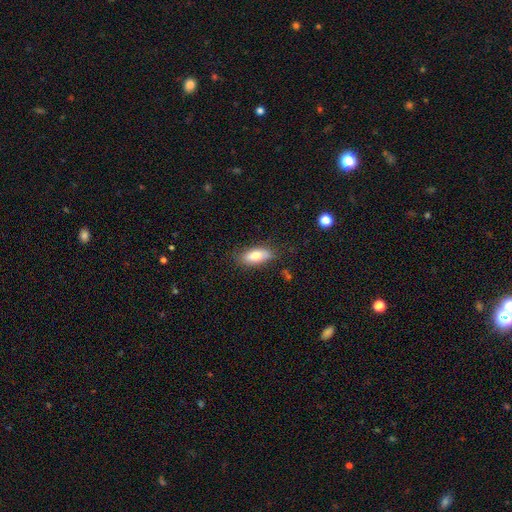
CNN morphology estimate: This appears to be a smooth galaxy with no disk features (75%) that is in between round and cigar-shaped (85%). Merging: none (77%).